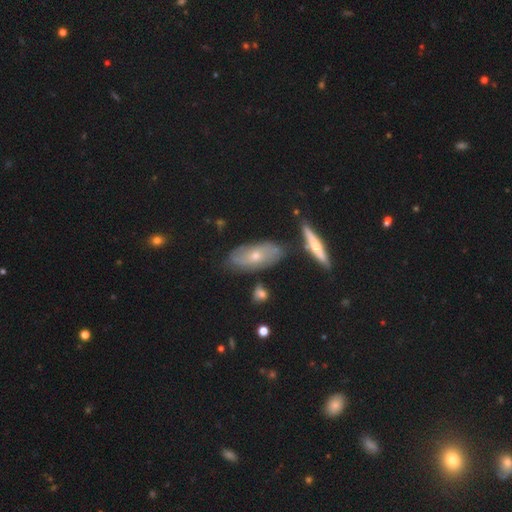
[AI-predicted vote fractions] Smooth or featured?
  - featured or disk: 61% *
  - smooth: 30%
  - star or artifact: 9%
Edge-on disk?
  - no: 78% *
  - yes: 22%
Merging?
  - none: 72% *
  - minor disturbance: 18%
  - merger: 5%
  - major disturbance: 5%